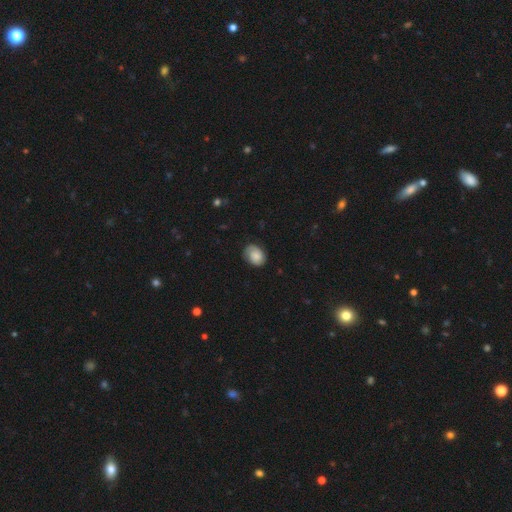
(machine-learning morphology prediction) Smooth or featured? smooth (68%)
How rounded? in between (65%)
Merging? none (75%)